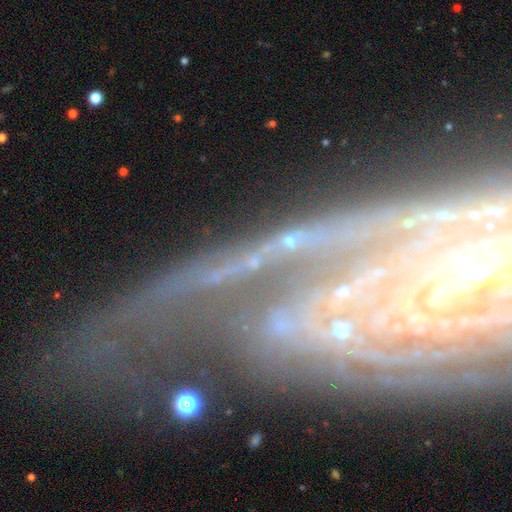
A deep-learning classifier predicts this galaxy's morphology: Smooth or featured?
  - featured or disk: 76% *
  - star or artifact: 14%
  - smooth: 10%
Edge-on disk?
  - no: 88% *
  - yes: 12%
Bar?
  - no: 53% *
  - weak: 26%
  - strong: 21%
Spiral arms?
  - yes: 87% *
  - no: 13%
Spiral winding?
  - tight: 55% *
  - medium: 29%
  - loose: 16%
Spiral arm count?
  - can't tell: 28% * (tied)
  - 2: 28% * (tied)
  - 3: 14%
  - 1: 10%
  - 4: 10%
  - more than 4: 10%
Bulge size?
  - small: 57% *
  - moderate: 27%
  - none: 8%
  - large: 5%
  - dominant: 3%
Merging?
  - none: 55% *
  - major disturbance: 21%
  - minor disturbance: 19%
  - merger: 5%